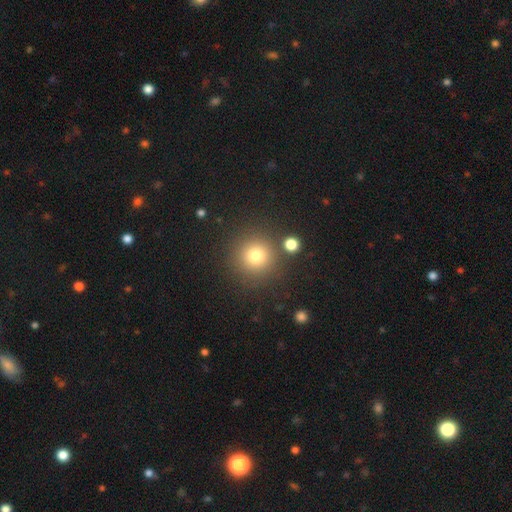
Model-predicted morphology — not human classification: The model was most divided on "smooth or featured": smooth: 78%, star or artifact: 14%, featured or disk: 8%. More confident: how rounded — round (94%); merging — none (84%).